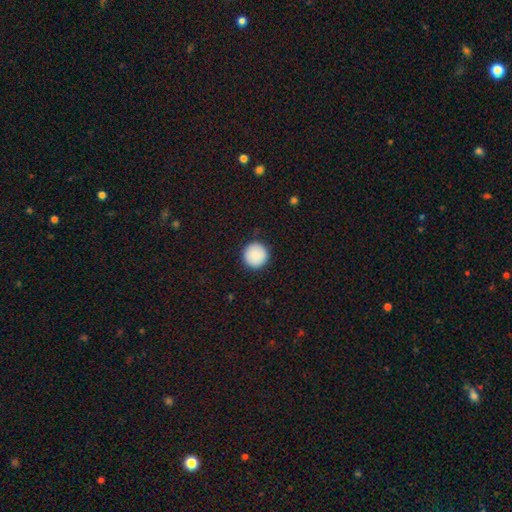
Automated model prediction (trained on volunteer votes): Q: Smooth or featured?
A: smooth (90%); runner-up: star or artifact (7%)
Q: How rounded?
A: round (96%); runner-up: in between (3%)
Q: Merging?
A: none (92%); runner-up: minor disturbance (5%)